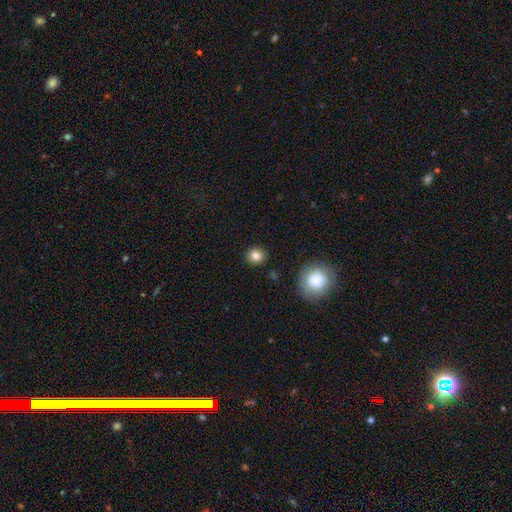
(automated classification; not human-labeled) smooth_or_featured: smooth (p=0.84) [alt: star or artifact p=0.11]
how_rounded: round (p=0.87) [alt: in between p=0.12]
merging: none (p=0.90) [alt: minor disturbance p=0.06]